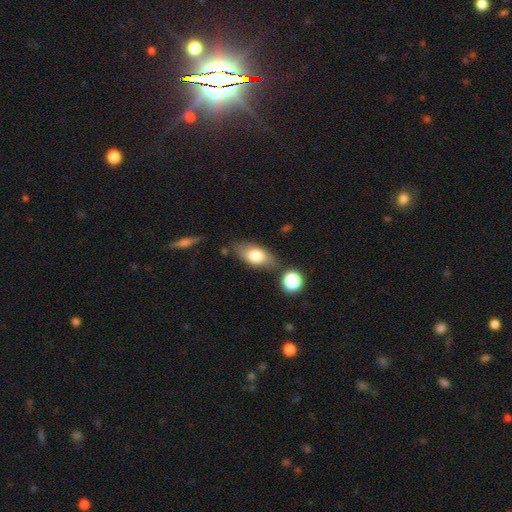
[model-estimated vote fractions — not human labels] A smooth galaxy with no disk features (73%) that is in between round and cigar-shaped (86%).

Vote fractions:
- Smooth or featured? smooth: 73% / featured or disk: 19% / star or artifact: 8%
- How rounded? in between: 86% / cigar-shaped: 7% / round: 7%
- Merging? none: 72% / minor disturbance: 17% / merger: 7% / major disturbance: 4%